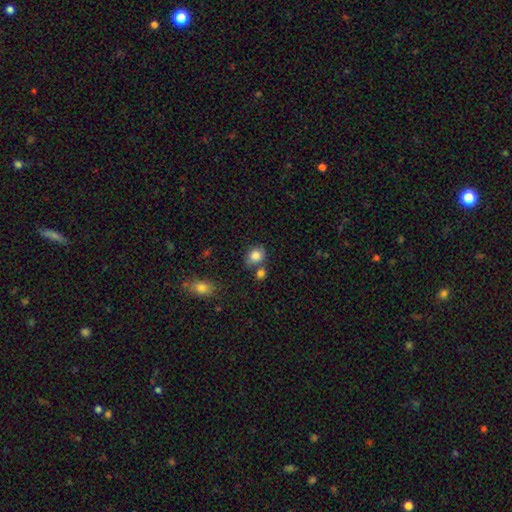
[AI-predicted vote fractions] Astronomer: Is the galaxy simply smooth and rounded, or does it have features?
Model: smooth — 83%.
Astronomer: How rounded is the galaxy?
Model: round — 55% (runner-up: in between, 44%).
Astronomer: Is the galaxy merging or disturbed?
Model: none — 57%.